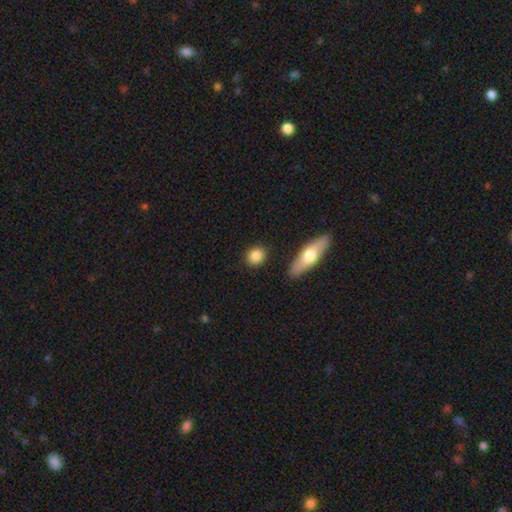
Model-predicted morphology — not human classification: Smooth or featured? smooth (86%)
How rounded? round (68%)
Merging? none (85%)